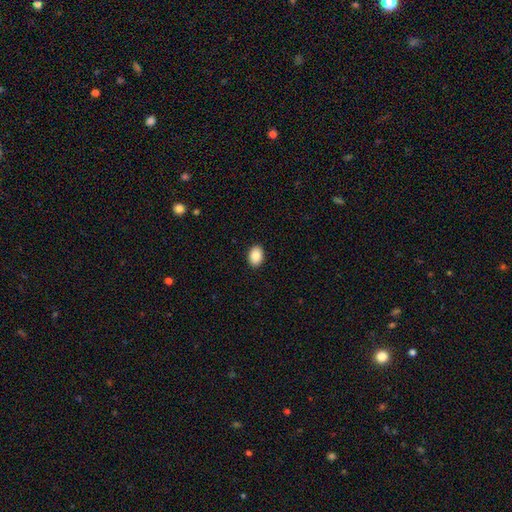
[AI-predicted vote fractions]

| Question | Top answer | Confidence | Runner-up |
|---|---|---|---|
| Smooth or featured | smooth | 89% | star or artifact (7%) |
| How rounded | in between | 82% | round (17%) |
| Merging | none | 91% | minor disturbance (6%) |